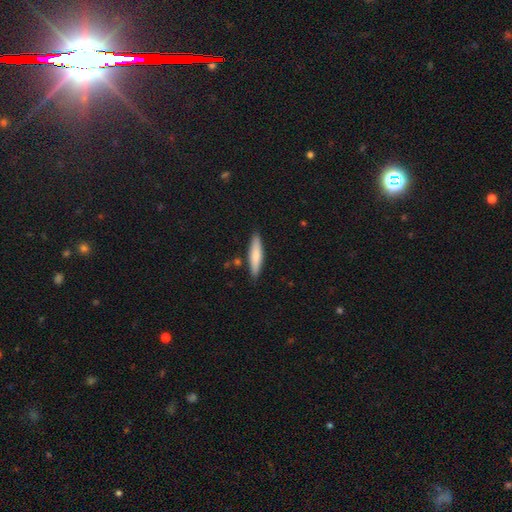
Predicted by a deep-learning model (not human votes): Smooth or featured? Predicted: smooth (p=0.76). How rounded? Predicted: cigar-shaped (p=0.83). Merging? Predicted: none (p=0.86).